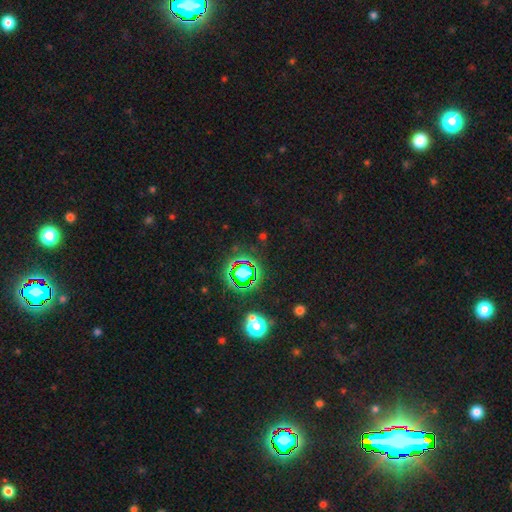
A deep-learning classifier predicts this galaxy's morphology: A star or artifact, not a galaxy (79%).